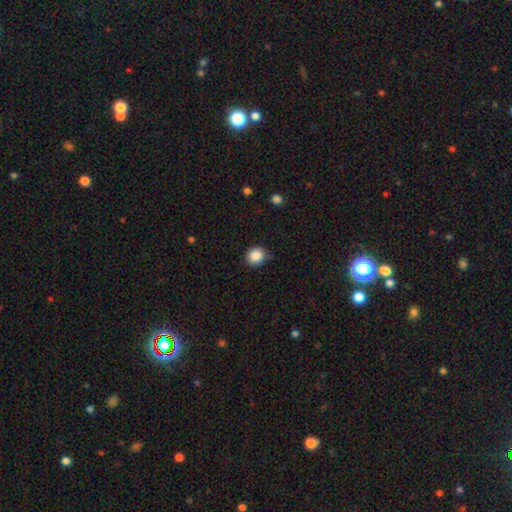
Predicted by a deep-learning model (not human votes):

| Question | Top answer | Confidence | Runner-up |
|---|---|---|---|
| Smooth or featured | smooth | 87% | star or artifact (9%) |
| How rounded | round | 76% | in between (23%) |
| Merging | none | 82% | minor disturbance (14%) |